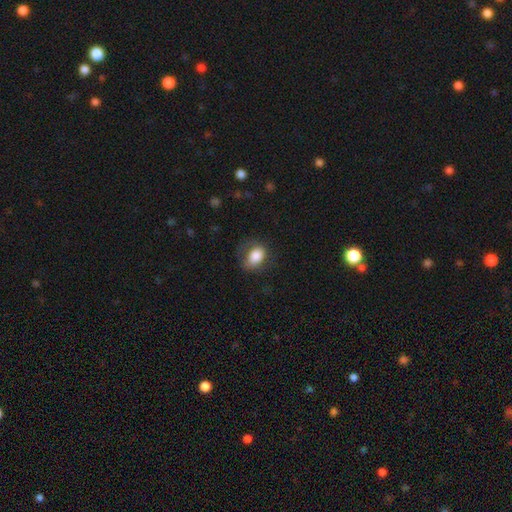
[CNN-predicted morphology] smooth-or-featured: smooth: 80% | featured or disk: 13% | star or artifact: 8%
  how-rounded: in between: 73% | round: 26% | cigar-shaped: 1%
  merging: none: 53% | minor disturbance: 26% | major disturbance: 19% | merger: 1%